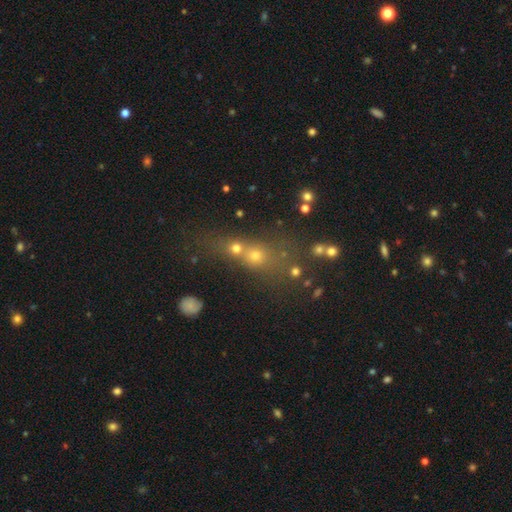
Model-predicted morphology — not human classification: smooth-or-featured: smooth: 61% | star or artifact: 24% | featured or disk: 15%
  how-rounded: round: 64% | in between: 27% | cigar-shaped: 9%
  merging: merger: 47% | none: 38% | minor disturbance: 9% | major disturbance: 6%